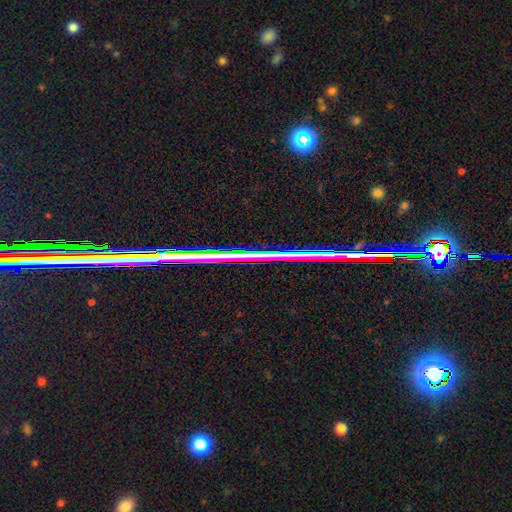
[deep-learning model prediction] smooth_or_featured: star or artifact (p=0.73) [alt: featured or disk p=0.16]